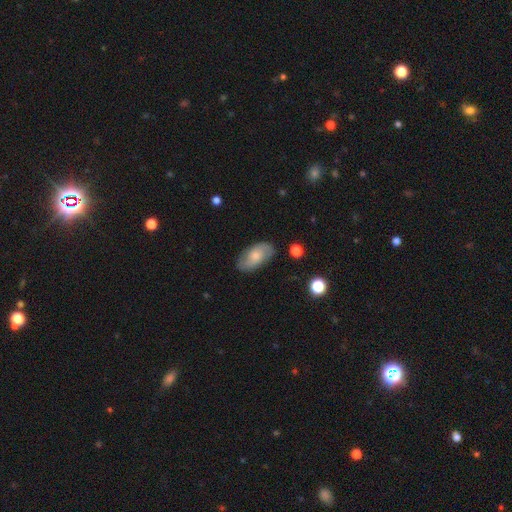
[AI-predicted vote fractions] smooth 50%, featured or disk 43%, star or artifact 7%. Down the decision tree: merging — none (79%).